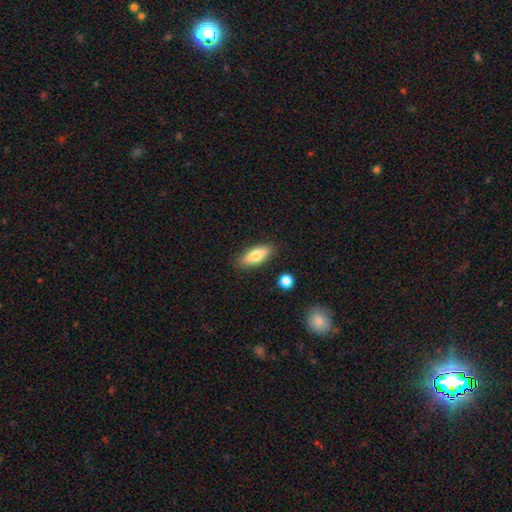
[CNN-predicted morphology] The model was most divided on "how rounded": in between: 60%, cigar-shaped: 37%, round: 3%. More confident: merging — none (85%); smooth or featured — smooth (70%).